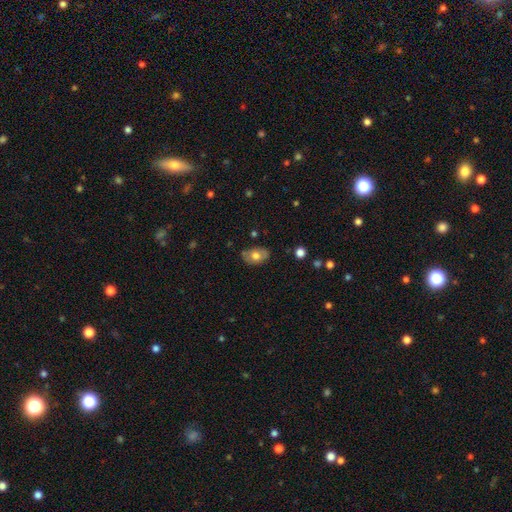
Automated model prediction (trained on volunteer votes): smooth 66%, featured or disk 26%, star or artifact 8%. Down the decision tree: how rounded — in between (83%); merging — none (75%).